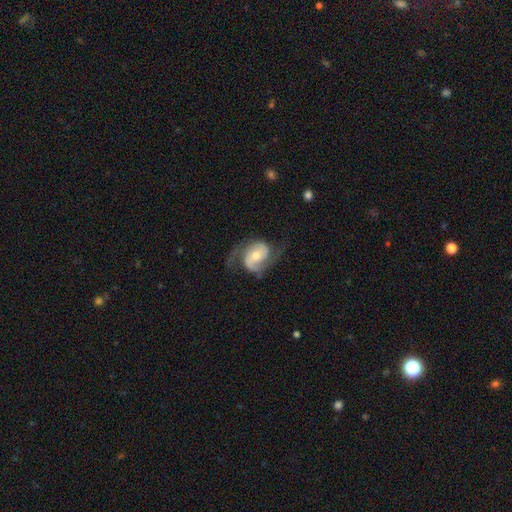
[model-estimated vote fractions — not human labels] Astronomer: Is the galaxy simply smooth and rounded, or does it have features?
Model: featured or disk — 81%.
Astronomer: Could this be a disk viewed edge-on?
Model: no — 97%.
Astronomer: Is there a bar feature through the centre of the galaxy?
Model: no — 55% (runner-up: weak, 34%).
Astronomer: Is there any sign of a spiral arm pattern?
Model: yes — 95%.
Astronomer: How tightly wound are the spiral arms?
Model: medium — 48% (runner-up: loose, 33%).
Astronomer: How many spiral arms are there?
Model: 2 — 88%.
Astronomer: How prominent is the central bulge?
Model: moderate — 56% (runner-up: small, 35%).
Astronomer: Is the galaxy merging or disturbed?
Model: none — 63%.